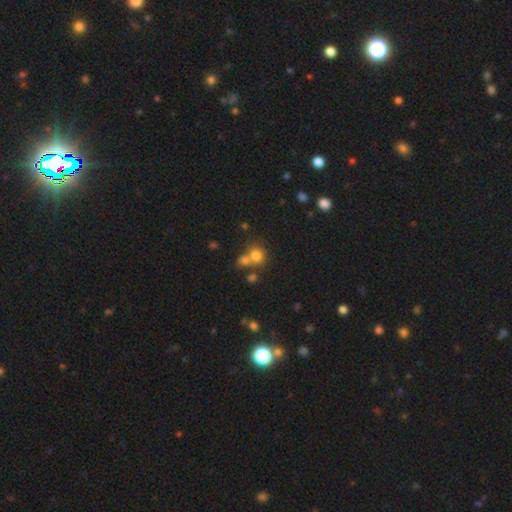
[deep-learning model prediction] Morphology: type=smooth (76%); roundness=round (83%); merging=none (49%).